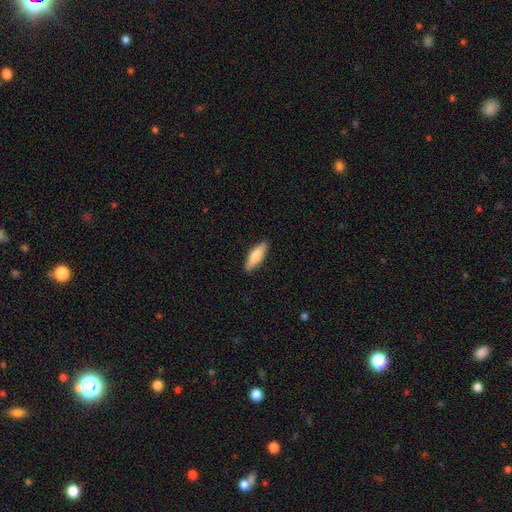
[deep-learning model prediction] A smooth galaxy with no disk features (80%) that is in between round and cigar-shaped (50%). Merging: none (89%).